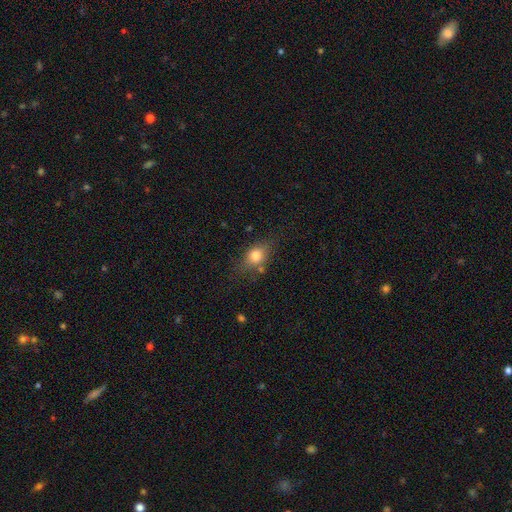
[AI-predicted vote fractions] smooth_or_featured: smooth (p=0.76) [alt: featured or disk p=0.14]
how_rounded: in between (p=0.63) [alt: round p=0.33]
merging: none (p=0.68) [alt: minor disturbance p=0.21]